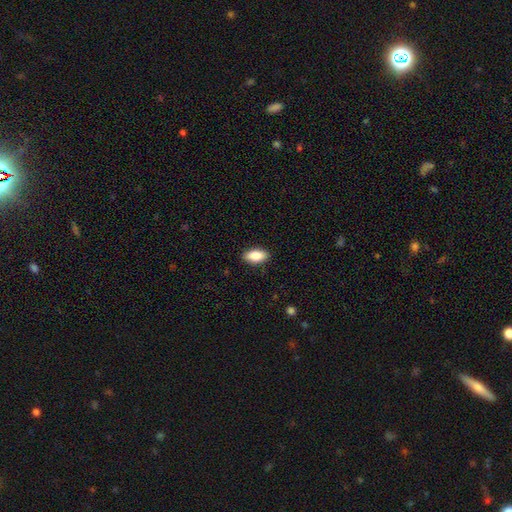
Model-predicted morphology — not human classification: Q: Smooth or featured?
A: smooth (82%); runner-up: featured or disk (11%)
Q: How rounded?
A: in between (89%); runner-up: cigar-shaped (7%)
Q: Merging?
A: none (89%); runner-up: minor disturbance (8%)